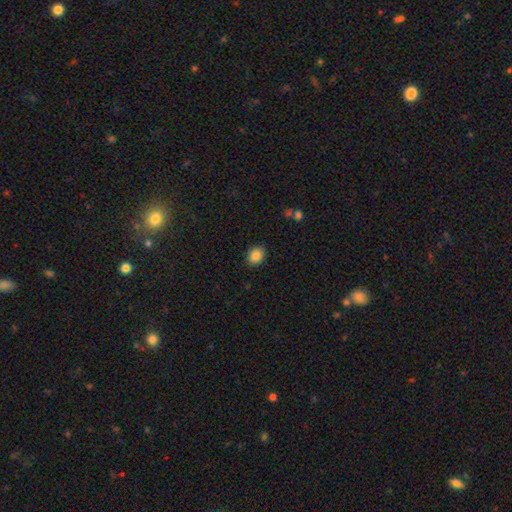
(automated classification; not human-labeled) The model was most divided on "how rounded": round: 57%, in between: 43%, cigar-shaped: 1%. More confident: merging — none (88%); smooth or featured — smooth (87%).